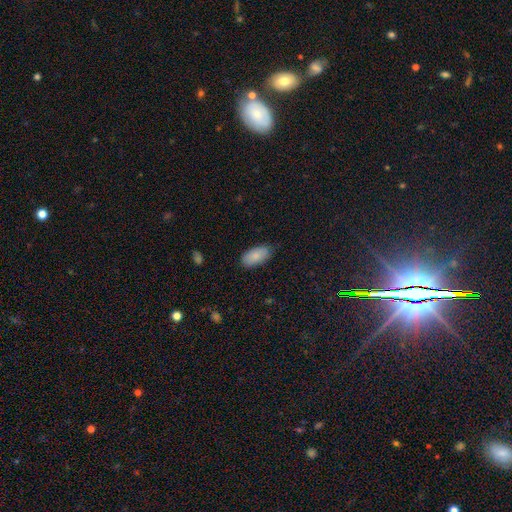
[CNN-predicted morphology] Q: Smooth or featured?
A: smooth (85%); runner-up: featured or disk (8%)
Q: How rounded?
A: in between (94%); runner-up: cigar-shaped (4%)
Q: Merging?
A: none (79%); runner-up: minor disturbance (17%)